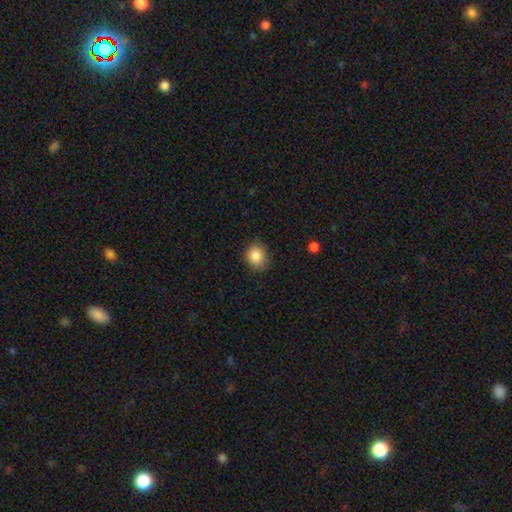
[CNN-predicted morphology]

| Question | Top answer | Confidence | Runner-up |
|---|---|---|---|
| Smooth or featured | smooth | 86% | star or artifact (10%) |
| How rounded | round | 75% | in between (24%) |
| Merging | none | 80% | minor disturbance (16%) |